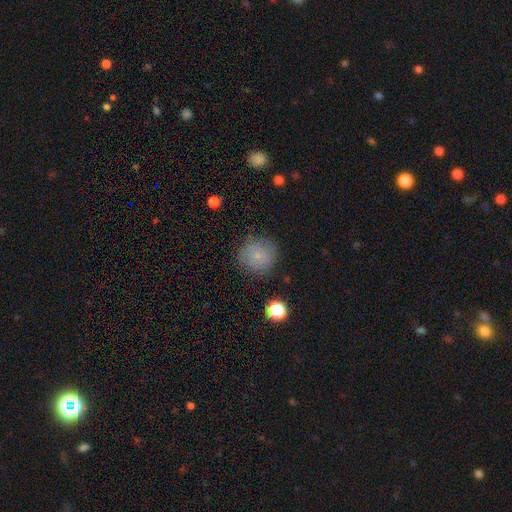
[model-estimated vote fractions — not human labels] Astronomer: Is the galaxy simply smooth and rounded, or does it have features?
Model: smooth — 75%.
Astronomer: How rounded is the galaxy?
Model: round — 91%.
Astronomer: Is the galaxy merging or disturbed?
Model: none — 80%.